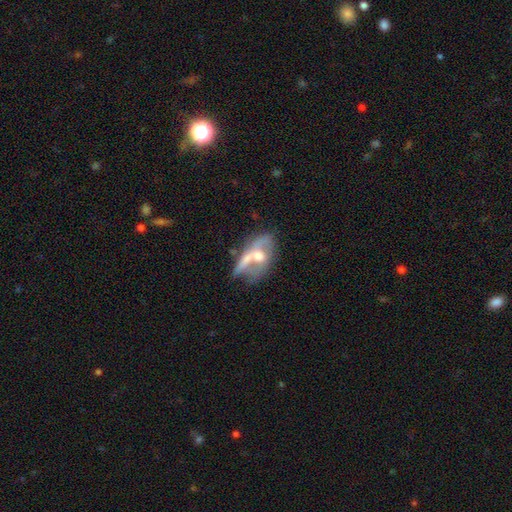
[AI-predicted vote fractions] smooth_or_featured: featured or disk (p=0.58) [alt: smooth p=0.33]
disk_edge_on: no (p=0.81) [alt: yes p=0.19]
merging: merger (p=0.35) [alt: major disturbance p=0.25]